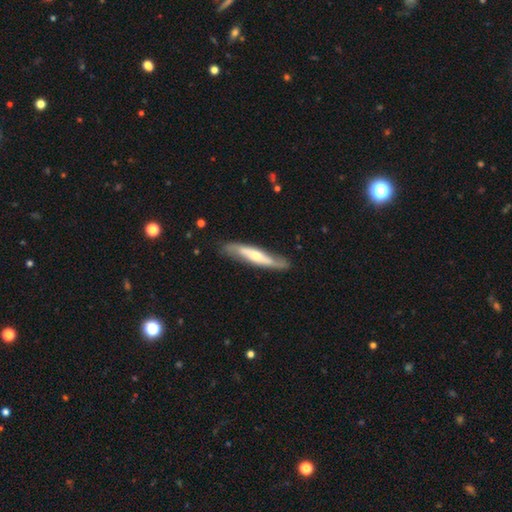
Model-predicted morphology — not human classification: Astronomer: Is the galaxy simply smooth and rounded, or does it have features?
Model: featured or disk — 57% (runner-up: smooth, 38%).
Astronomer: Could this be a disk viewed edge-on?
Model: yes — 63%.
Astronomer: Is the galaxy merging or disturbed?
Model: none — 79%.